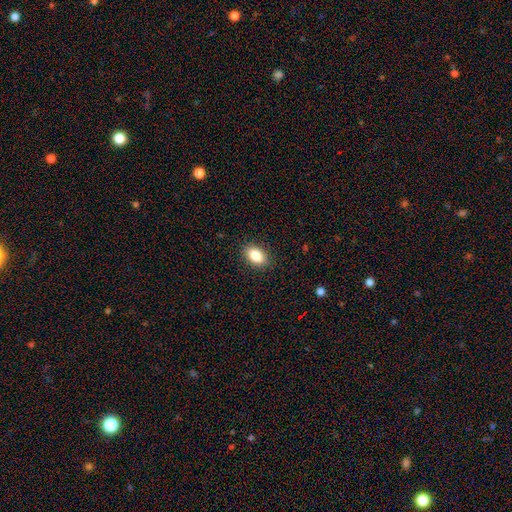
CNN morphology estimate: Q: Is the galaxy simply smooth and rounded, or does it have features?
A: smooth — 85%.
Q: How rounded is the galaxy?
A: in between — 87%.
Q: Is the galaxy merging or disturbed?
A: none — 88%.